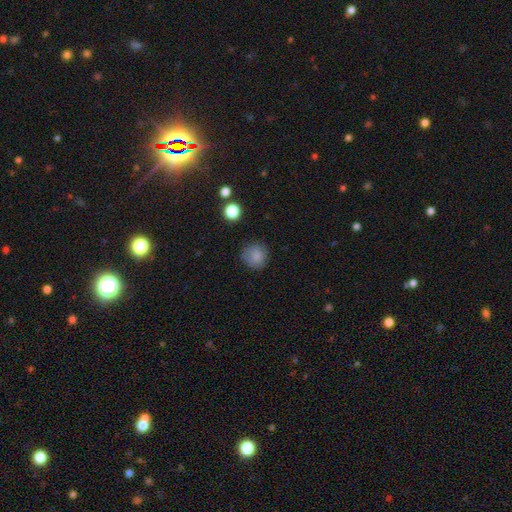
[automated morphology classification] Q: Smooth or featured?
A: smooth (83%); runner-up: star or artifact (10%)
Q: How rounded?
A: round (91%); runner-up: in between (8%)
Q: Merging?
A: none (81%); runner-up: minor disturbance (14%)